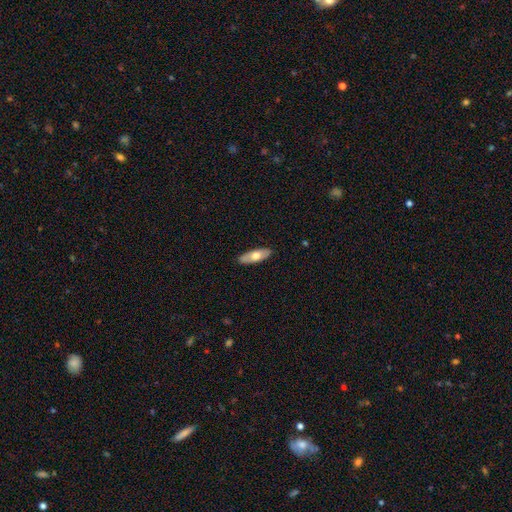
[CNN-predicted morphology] This appears to be a smooth galaxy with no disk features (62%) that is in between round and cigar-shaped (65%). Merging: none (89%).